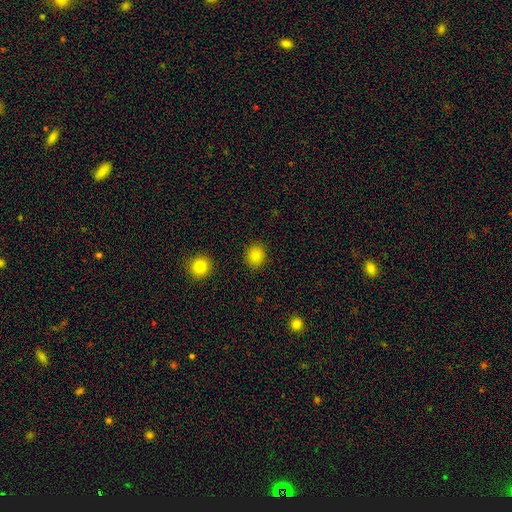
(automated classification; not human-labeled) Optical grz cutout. It shows a smooth galaxy with no disk features (85%) that is round (83%). Merging: none (90%).